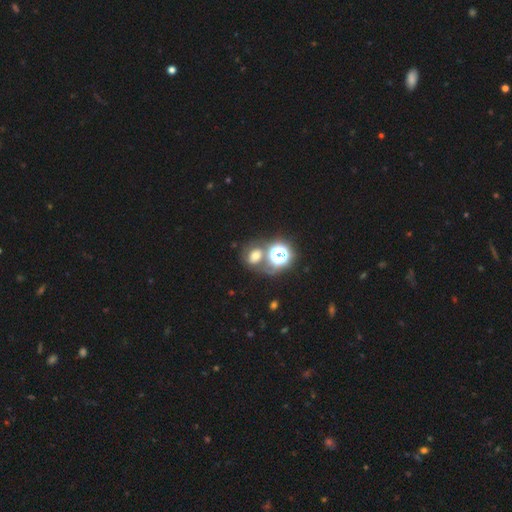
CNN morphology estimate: smooth-or-featured: smooth: 53% | star or artifact: 29% | featured or disk: 19%
  how-rounded: round: 53% | in between: 46% | cigar-shaped: 1%
  merging: none: 53% | merger: 26% | minor disturbance: 13% | major disturbance: 8%